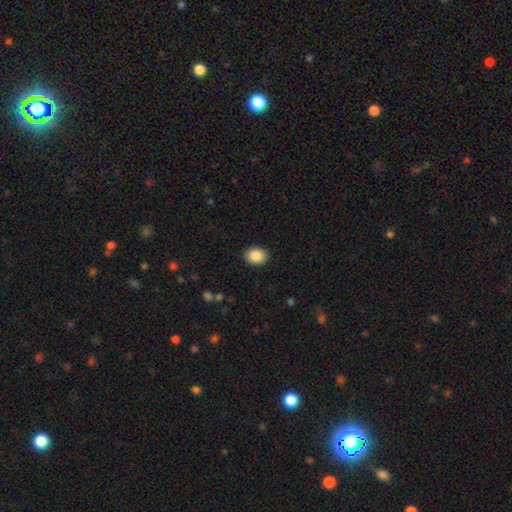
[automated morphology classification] This is clearly a smooth galaxy (88%). How rounded: possibly in between (58%). Merging: clearly none (90%).